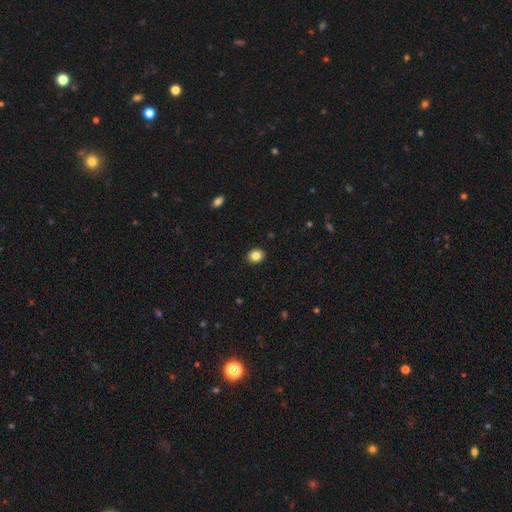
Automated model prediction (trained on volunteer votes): Smooth or featured?
  - smooth: 85% *
  - star or artifact: 10%
  - featured or disk: 5%
How rounded?
  - round: 63% *
  - in between: 36%
  - cigar-shaped: 1%
Merging?
  - none: 91% *
  - minor disturbance: 6%
  - major disturbance: 2%
  - merger: 1%